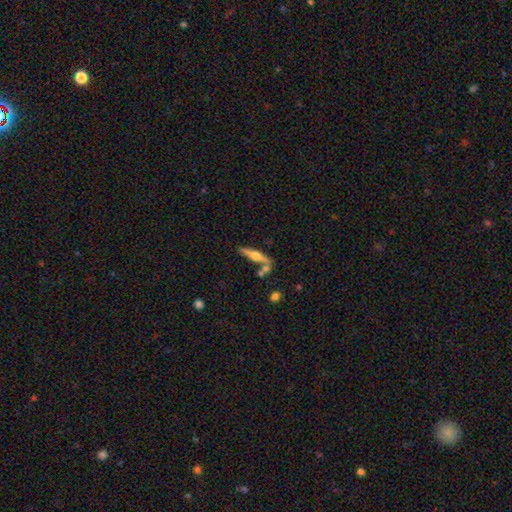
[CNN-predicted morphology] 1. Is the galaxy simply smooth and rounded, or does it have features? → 58% featured or disk, 35% smooth, 6% star or artifact.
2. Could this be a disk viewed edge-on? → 94% yes, 6% no.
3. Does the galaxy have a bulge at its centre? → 92% rounded, 4% boxy, 4% none.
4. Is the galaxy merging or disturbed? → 64% none, 18% merger, 14% minor disturbance, 5% major disturbance.